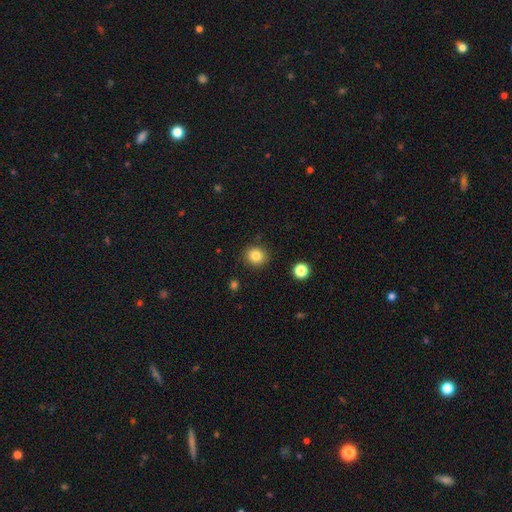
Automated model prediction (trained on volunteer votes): The model was most divided on "how rounded": round: 84%, in between: 15%, cigar-shaped: 1%. More confident: merging — none (89%); smooth or featured — smooth (83%).